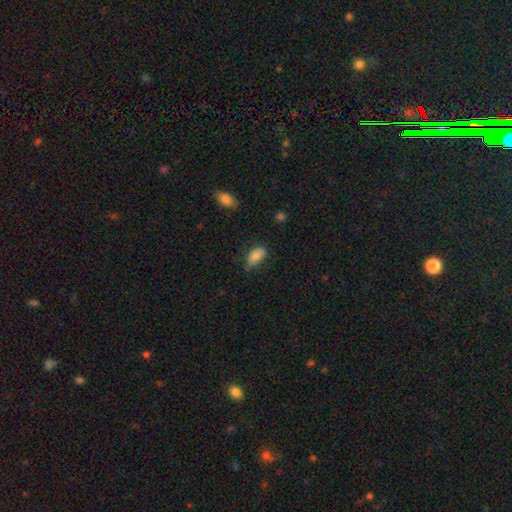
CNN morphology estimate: Smooth or featured: smooth — 84% (featured or disk — 8%)
How rounded: in between — 91% (cigar-shaped — 5%)
Merging: none — 62% (minor disturbance — 29%)